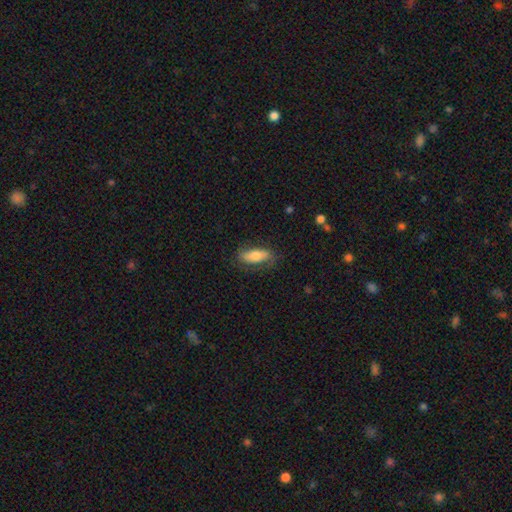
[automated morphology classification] A smooth galaxy with no disk features (63%) that is in between round and cigar-shaped (70%).

Vote fractions:
- Smooth or featured? smooth: 63% / featured or disk: 31% / star or artifact: 6%
- How rounded? in between: 70% / cigar-shaped: 27% / round: 3%
- Merging? none: 73% / minor disturbance: 19% / major disturbance: 7% / merger: 1%